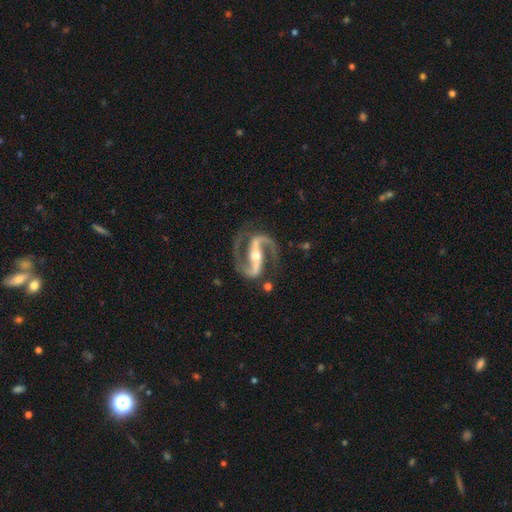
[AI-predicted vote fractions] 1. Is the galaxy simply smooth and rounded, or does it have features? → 94% featured or disk, 4% star or artifact, 2% smooth.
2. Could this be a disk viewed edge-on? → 97% no, 3% yes.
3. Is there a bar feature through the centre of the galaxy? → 71% strong, 19% weak, 11% no.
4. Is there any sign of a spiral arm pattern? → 99% yes, 1% no.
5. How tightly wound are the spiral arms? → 63% medium, 19% loose, 19% tight.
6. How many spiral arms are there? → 94% 2, 1% 1, 1% 3, 1% can't tell, 1% 4, 1% more than 4.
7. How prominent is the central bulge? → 51% moderate, 44% small, 3% large, 1% none, 1% dominant.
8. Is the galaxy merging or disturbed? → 80% none, 12% minor disturbance, 5% major disturbance, 2% merger.